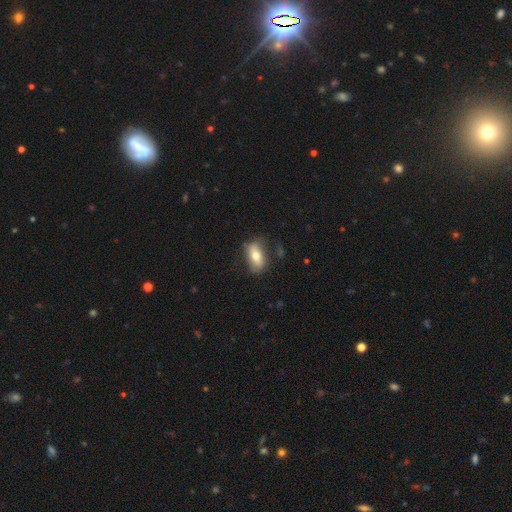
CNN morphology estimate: The model was most divided on "smooth or featured": smooth: 63%, featured or disk: 30%, star or artifact: 7%. More confident: how rounded — in between (82%); merging — none (69%).